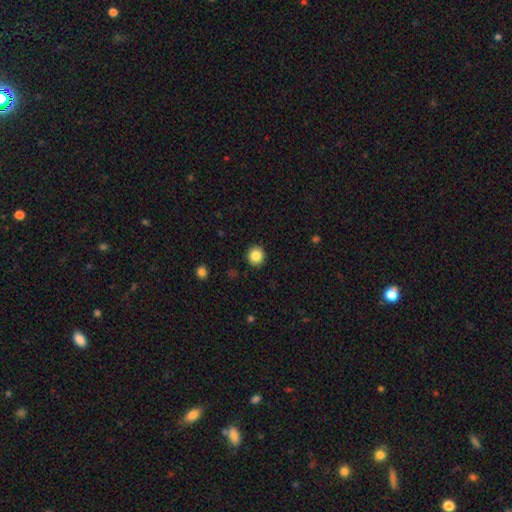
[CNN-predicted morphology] Smooth or featured?
  - smooth: 86% *
  - star or artifact: 10%
  - featured or disk: 4%
How rounded?
  - round: 91% *
  - in between: 8%
  - cigar-shaped: 1%
Merging?
  - none: 92% *
  - minor disturbance: 5%
  - major disturbance: 2%
  - merger: 1%